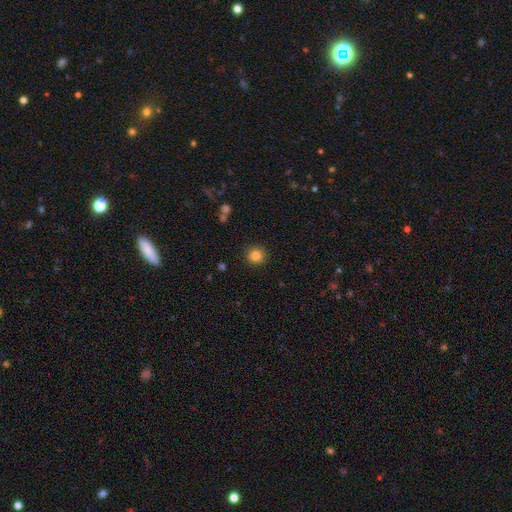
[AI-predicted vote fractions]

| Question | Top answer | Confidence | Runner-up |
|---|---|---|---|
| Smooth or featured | smooth | 84% | star or artifact (11%) |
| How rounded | round | 93% | in between (6%) |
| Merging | none | 91% | minor disturbance (6%) |